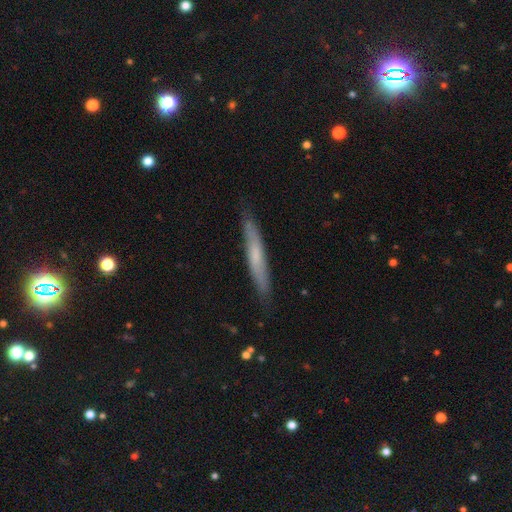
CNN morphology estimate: Q: Smooth or featured?
A: smooth (55%); runner-up: featured or disk (39%)
Q: How rounded?
A: cigar-shaped (94%); runner-up: in between (5%)
Q: Merging?
A: none (85%); runner-up: minor disturbance (12%)